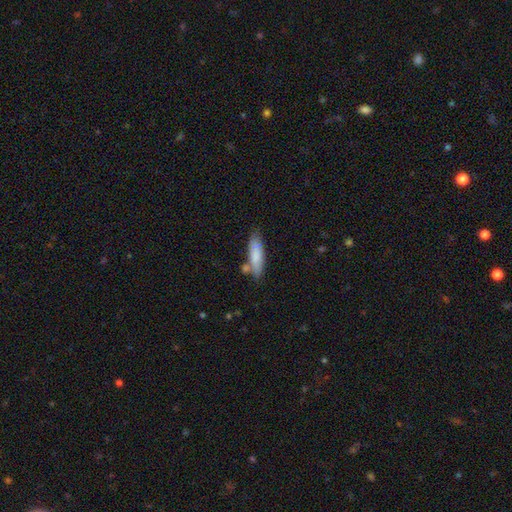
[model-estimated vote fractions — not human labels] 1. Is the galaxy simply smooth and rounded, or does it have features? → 77% smooth, 17% featured or disk, 6% star or artifact.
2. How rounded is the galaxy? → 56% cigar-shaped, 42% in between, 2% round.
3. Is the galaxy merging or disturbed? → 66% none, 19% minor disturbance, 11% merger, 4% major disturbance.